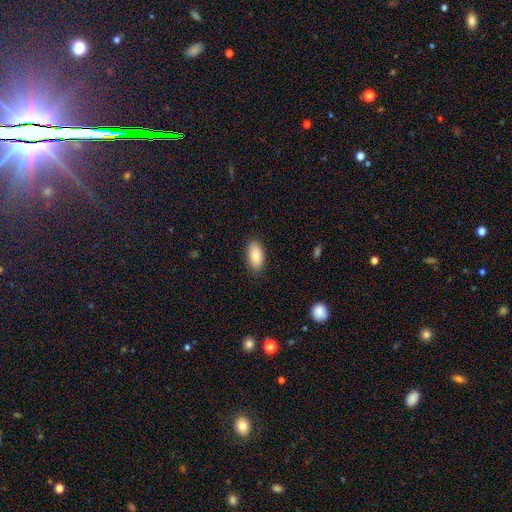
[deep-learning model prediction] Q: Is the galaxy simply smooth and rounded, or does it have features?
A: smooth — 84%.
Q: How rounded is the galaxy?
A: in between — 92%.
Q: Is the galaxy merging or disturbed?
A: none — 87%.